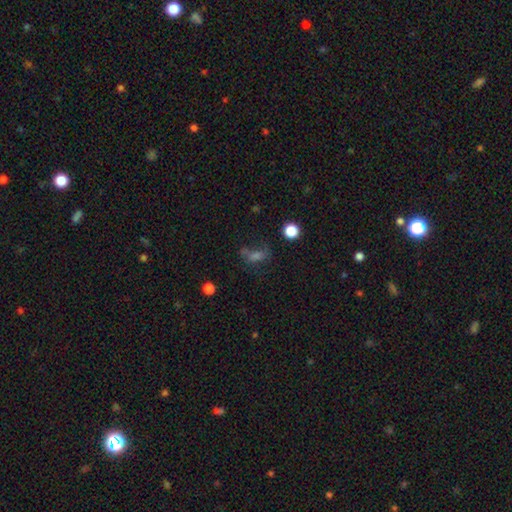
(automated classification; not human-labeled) Overall: smooth (49%; star or artifact 31%). Merging: none (45%; major disturbance 23%).